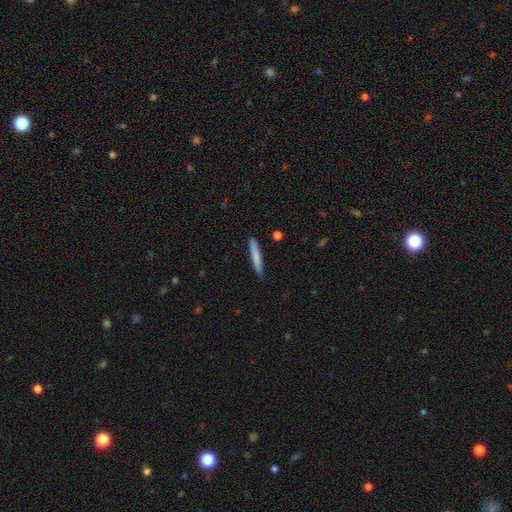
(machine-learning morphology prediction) Q: Smooth or featured?
A: smooth (74%); runner-up: featured or disk (20%)
Q: How rounded?
A: cigar-shaped (94%); runner-up: in between (4%)
Q: Merging?
A: none (88%); runner-up: minor disturbance (9%)